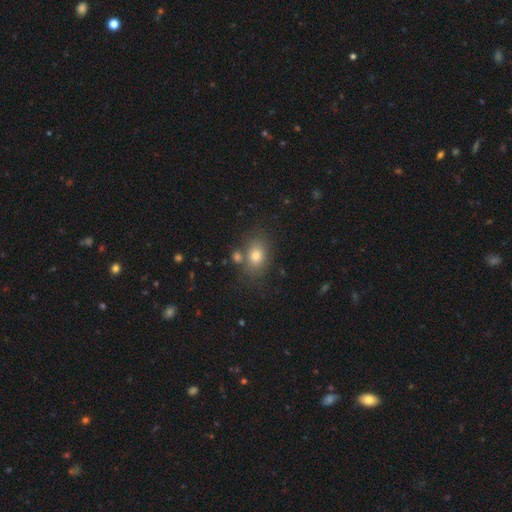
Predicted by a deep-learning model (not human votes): A smooth galaxy with no disk features (76%) that is in between round and cigar-shaped (67%).

Vote fractions:
- Smooth or featured? smooth: 76% / star or artifact: 12% / featured or disk: 12%
- How rounded? in between: 67% / round: 32% / cigar-shaped: 1%
- Merging? none: 70% / merger: 13% / minor disturbance: 12% / major disturbance: 4%